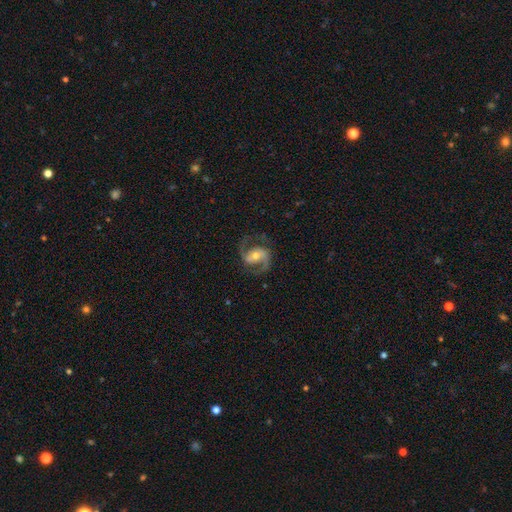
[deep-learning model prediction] Smooth or featured: featured or disk — 91% (star or artifact — 5%)
Edge-on disk: no — 98% (yes — 2%)
Bar: weak — 39% (no — 37%)
Spiral arms: yes — 98% (no — 2%)
Spiral winding: medium — 62% (loose — 22%)
Spiral arm count: 2 — 93% (can't tell — 2%)
Bulge size: moderate — 55% (small — 40%)
Merging: none — 80% (minor disturbance — 12%)